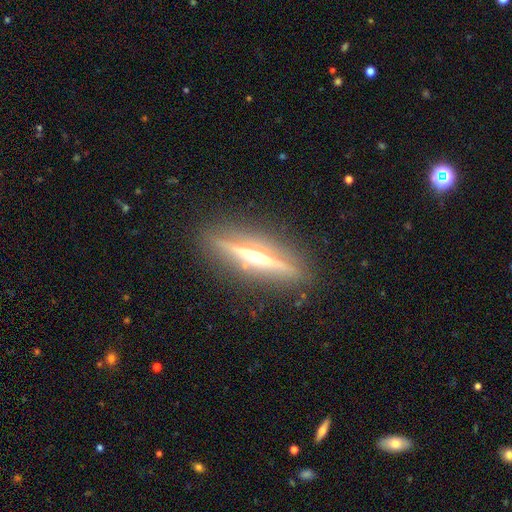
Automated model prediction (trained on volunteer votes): This appears to be a featured or disk galaxy (80%) viewed edge-on (96%) with a rounded central bulge (91%). Merging: none (89%).